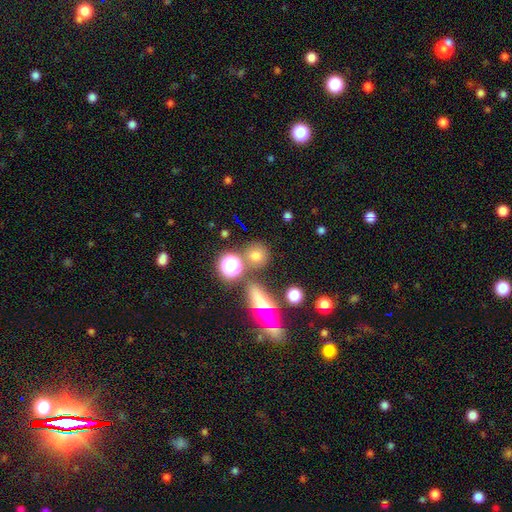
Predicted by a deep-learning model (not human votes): Smooth or featured: smooth — 67% (star or artifact — 23%)
How rounded: round — 86% (in between — 12%)
Merging: none — 76% (merger — 11%)